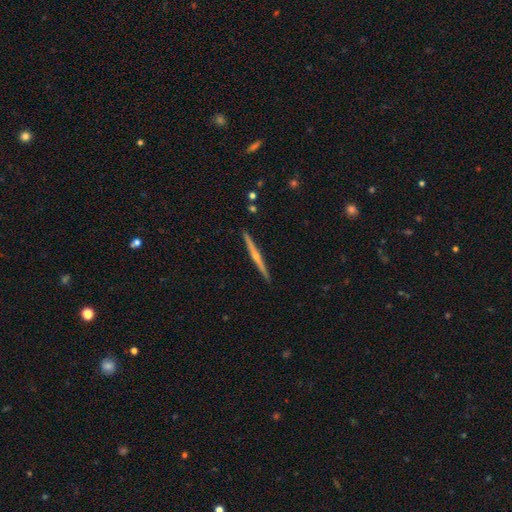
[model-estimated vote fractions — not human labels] The model was most divided on "smooth or featured": featured or disk: 80%, smooth: 15%, star or artifact: 5%. More confident: edge-on disk — yes (99%); merging — none (93%); edge-on bulge — rounded (84%).